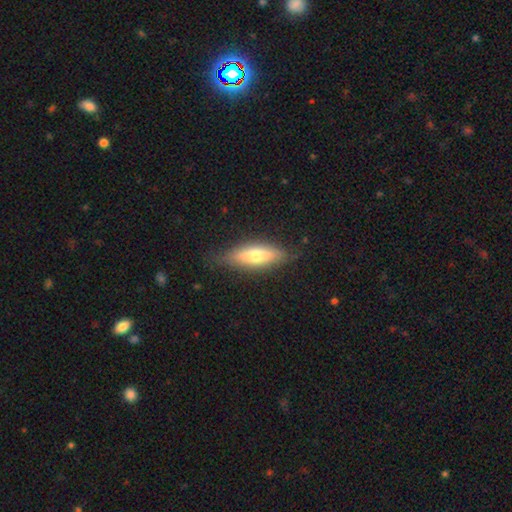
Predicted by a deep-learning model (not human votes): This is possibly a smooth galaxy (54%). How rounded: possibly cigar-shaped (55%). Merging: clearly none (81%).